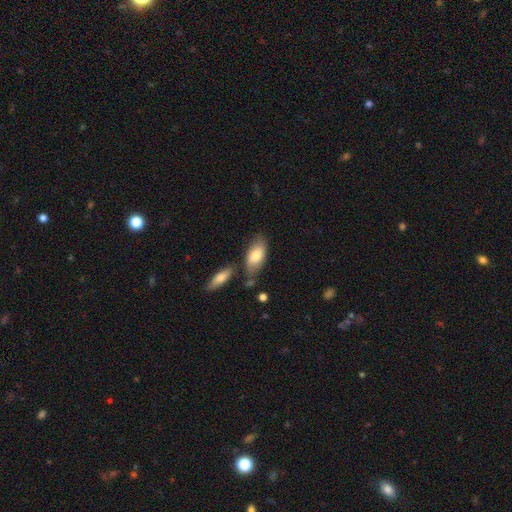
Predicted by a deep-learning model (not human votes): This is clearly a smooth galaxy (80%). How rounded: clearly in between (90%). Merging: likely none (65%).